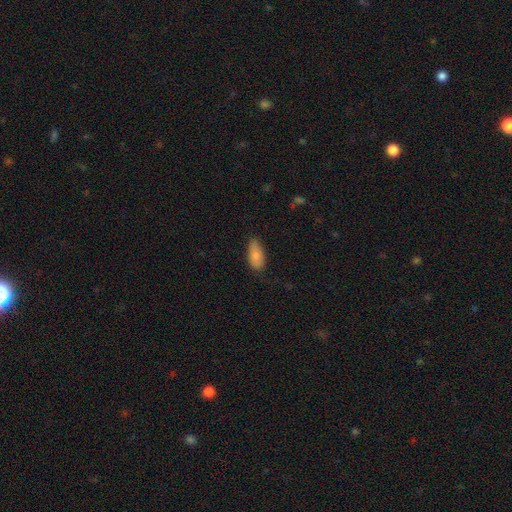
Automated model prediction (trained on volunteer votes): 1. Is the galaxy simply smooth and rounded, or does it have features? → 82% smooth, 11% featured or disk, 7% star or artifact.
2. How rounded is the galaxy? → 90% in between, 7% cigar-shaped, 3% round.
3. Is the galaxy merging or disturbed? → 68% none, 26% minor disturbance, 4% major disturbance, 1% merger.